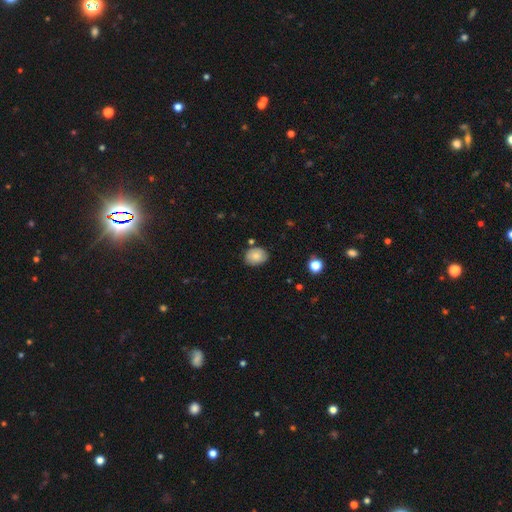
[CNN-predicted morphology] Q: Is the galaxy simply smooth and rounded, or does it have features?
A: smooth — 80%.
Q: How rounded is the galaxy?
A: in between — 62%.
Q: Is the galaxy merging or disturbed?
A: none — 77%.